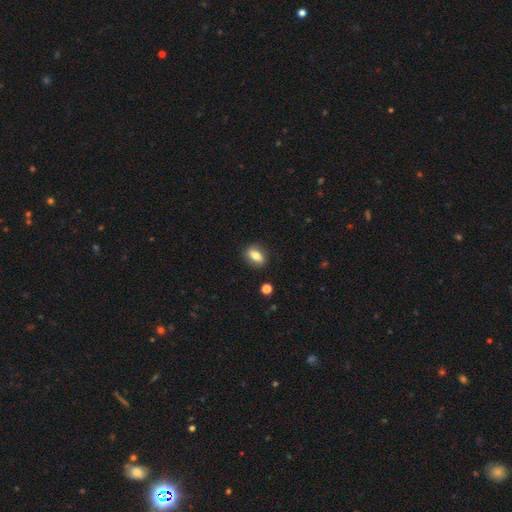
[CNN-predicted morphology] Overall: smooth (70%). How rounded: in between (76%). Merging: none (85%).